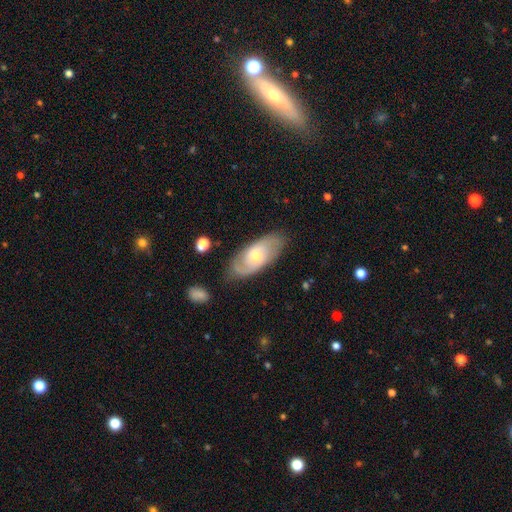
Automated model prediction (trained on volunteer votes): This is likely a featured or disk galaxy (65%). It is clearly not viewed edge-on (90%). Bar: likely no (61%). Spiral arm pattern: clearly yes (85%). Central bulge: possibly moderate (58%). Merging: likely none (77%).